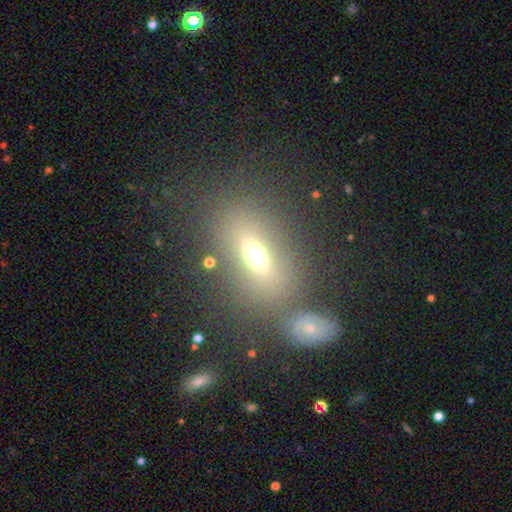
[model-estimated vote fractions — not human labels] This is likely a smooth galaxy (61%). How rounded: likely in between (67%). Merging: likely none (64%).